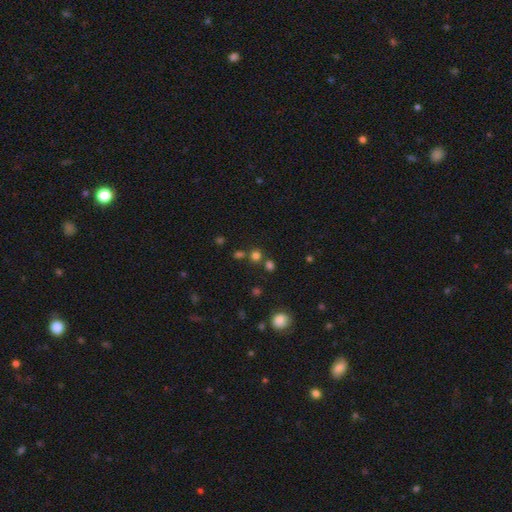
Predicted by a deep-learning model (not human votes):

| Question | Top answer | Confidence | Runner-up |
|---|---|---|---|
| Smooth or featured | smooth | 69% | star or artifact (25%) |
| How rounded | round | 88% | in between (11%) |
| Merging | none | 72% | merger (17%) |